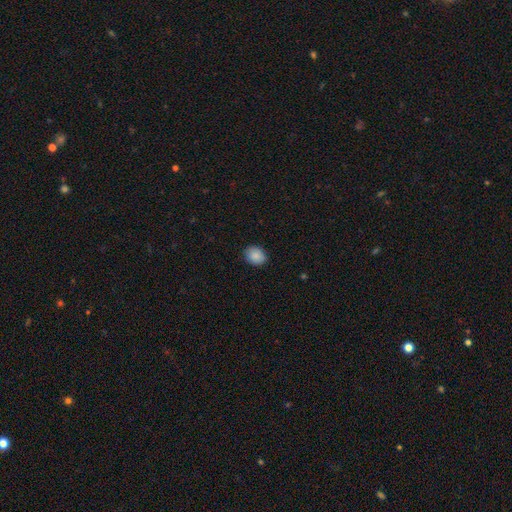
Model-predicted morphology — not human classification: Smooth or featured: smooth — 86% (star or artifact — 8%)
How rounded: in between — 52% (round — 48%)
Merging: none — 86% (minor disturbance — 11%)